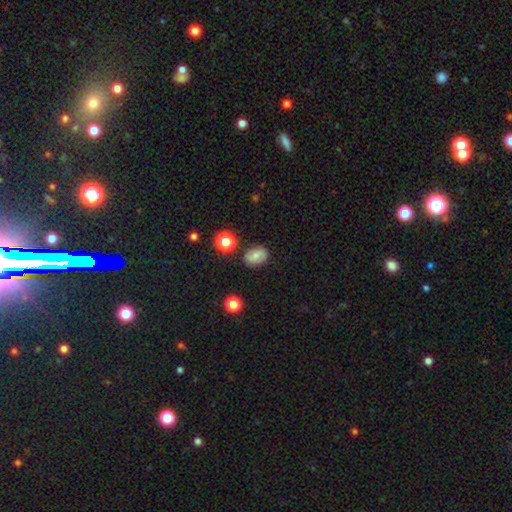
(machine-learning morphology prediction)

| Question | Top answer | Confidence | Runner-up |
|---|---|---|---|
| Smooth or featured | smooth | 71% | featured or disk (18%) |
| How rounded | in between | 70% | round (29%) |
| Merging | none | 80% | minor disturbance (14%) |